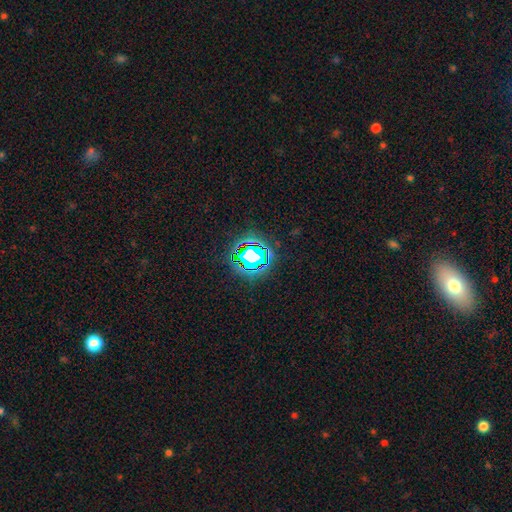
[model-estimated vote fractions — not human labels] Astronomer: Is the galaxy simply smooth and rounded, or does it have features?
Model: star or artifact — 77%.